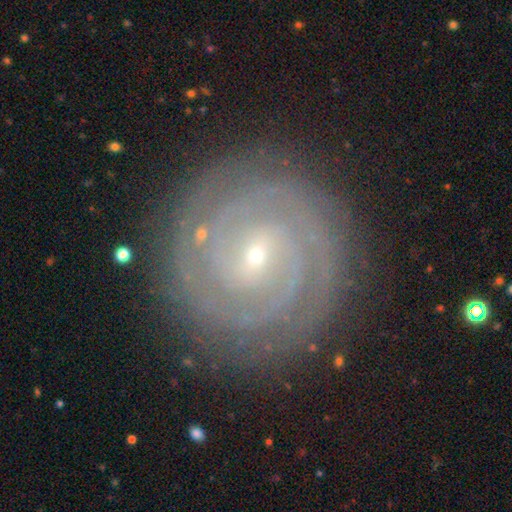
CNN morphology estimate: featured or disk 89%, star or artifact 6%, smooth 5%. Down the decision tree: edge-on disk — no (97%); bar — weak (42%); spiral arms — yes (98%); spiral arm count — 2 (48%); spiral winding — tight (85%); bulge size — small (83%); merging — none (87%).